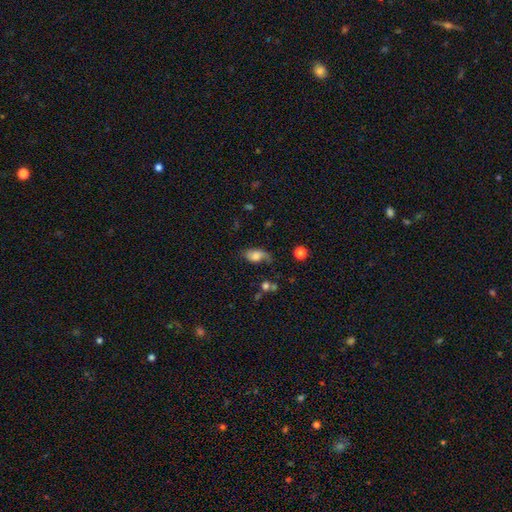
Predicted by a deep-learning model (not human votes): Smooth or featured? Predicted: smooth (p=0.64). How rounded? Predicted: in between (p=0.86). Merging? Predicted: none (p=0.46).